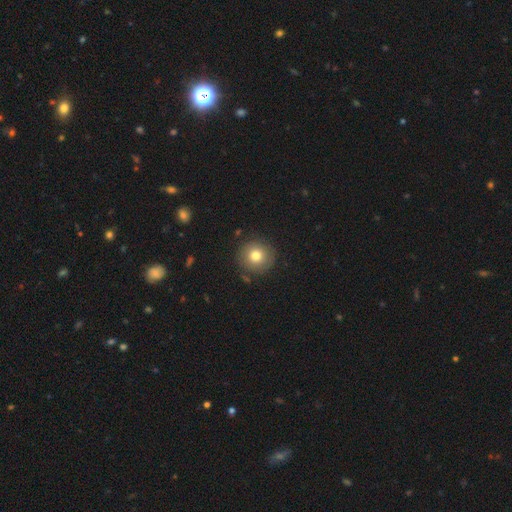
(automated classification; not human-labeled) smooth 77%, featured or disk 12%, star or artifact 11%. Down the decision tree: how rounded — round (94%); merging — none (87%).